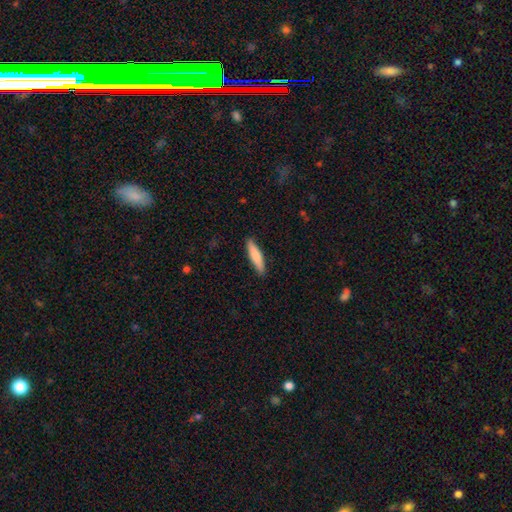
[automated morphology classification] smooth-or-featured: smooth: 81% | featured or disk: 14% | star or artifact: 5%
  how-rounded: cigar-shaped: 82% | in between: 17% | round: 1%
  merging: none: 89% | minor disturbance: 8% | major disturbance: 2% | merger: 1%